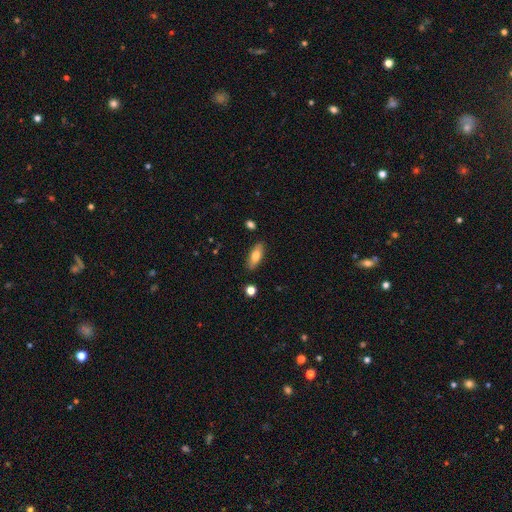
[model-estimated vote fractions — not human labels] smooth-or-featured: smooth: 74% | featured or disk: 20% | star or artifact: 7%
  how-rounded: in between: 72% | cigar-shaped: 25% | round: 3%
  merging: none: 87% | minor disturbance: 9% | merger: 2% | major disturbance: 2%